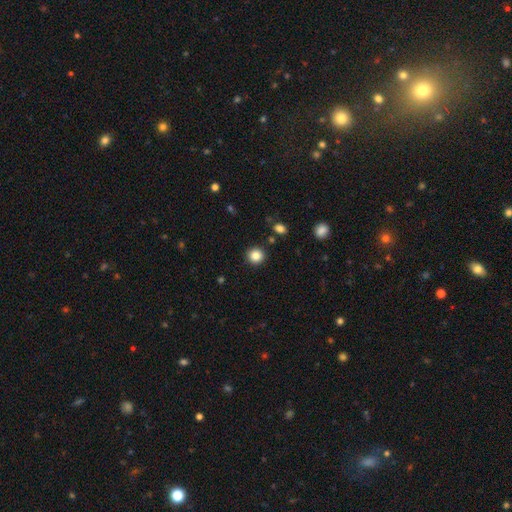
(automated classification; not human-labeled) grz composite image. It shows a smooth galaxy with no disk features (85%) that is round (93%). Merging: none (91%).